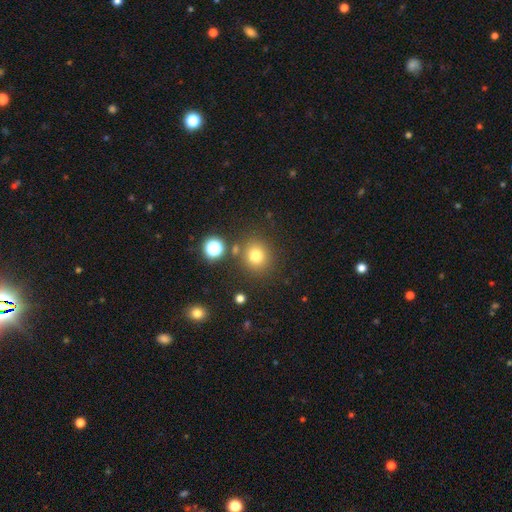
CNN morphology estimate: Overall: smooth (76%). How rounded: round (88%). Merging: none (81%).